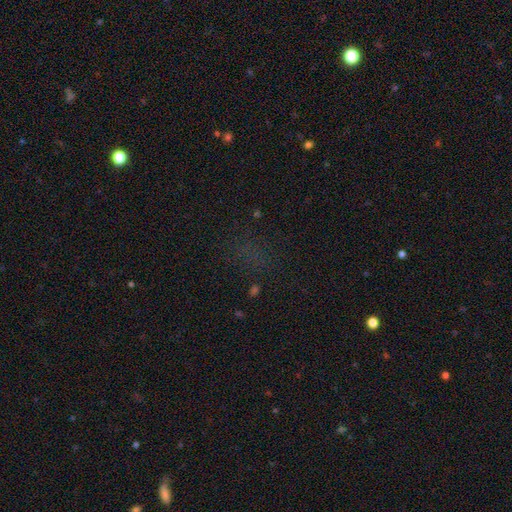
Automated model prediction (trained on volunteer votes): The model was most divided on "smooth or featured": star or artifact: 53%, smooth: 36%, featured or disk: 11%.